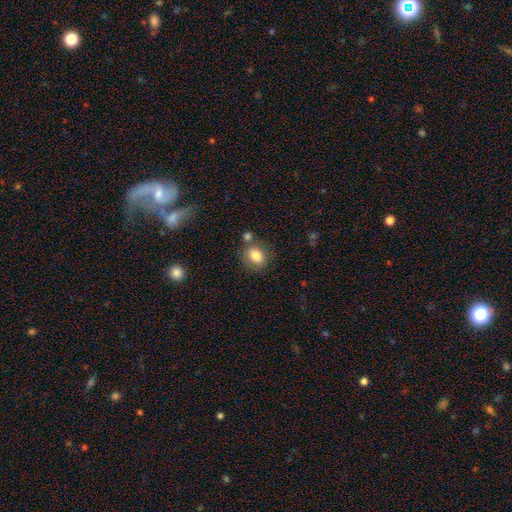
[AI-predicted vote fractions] smooth_or_featured: smooth (p=0.81) [alt: featured or disk p=0.10]
how_rounded: in between (p=0.60) [alt: round p=0.39]
merging: none (p=0.68) [alt: minor disturbance p=0.14]